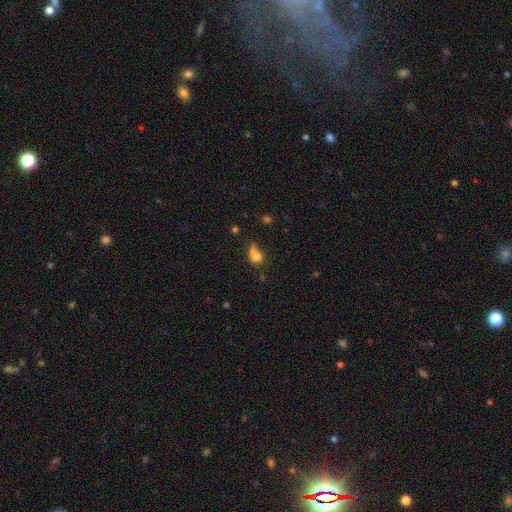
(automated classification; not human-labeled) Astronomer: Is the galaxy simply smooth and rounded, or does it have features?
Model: smooth — 72%.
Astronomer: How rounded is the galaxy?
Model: in between — 50% (runner-up: round, 46%).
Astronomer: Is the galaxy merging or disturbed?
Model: none — 32% (runner-up: merger, 28%).